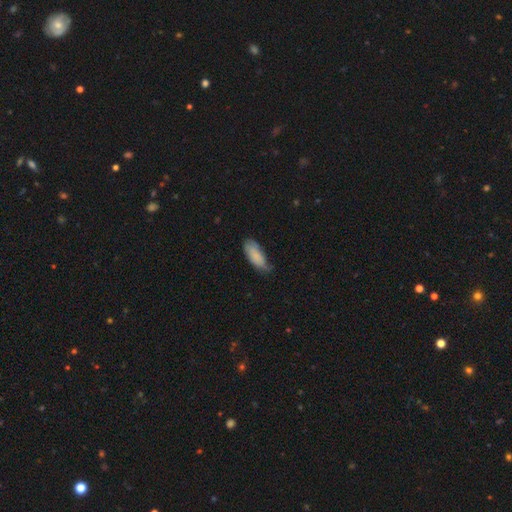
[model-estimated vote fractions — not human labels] A smooth galaxy with no disk features (82%) that is in between round and cigar-shaped (82%). Merging: none (50%).